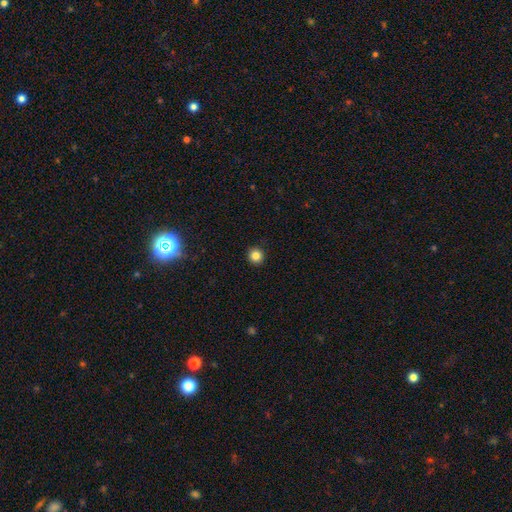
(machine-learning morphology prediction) type=smooth (84%); roundness=round (95%); merging=none (93%).